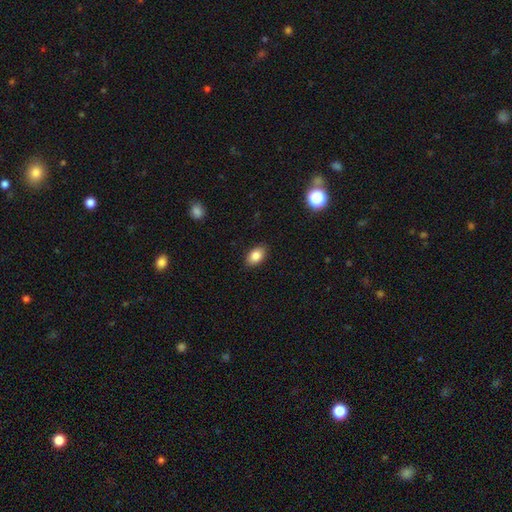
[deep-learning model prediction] Smooth or featured? smooth (84%)
How rounded? in between (91%)
Merging? none (88%)